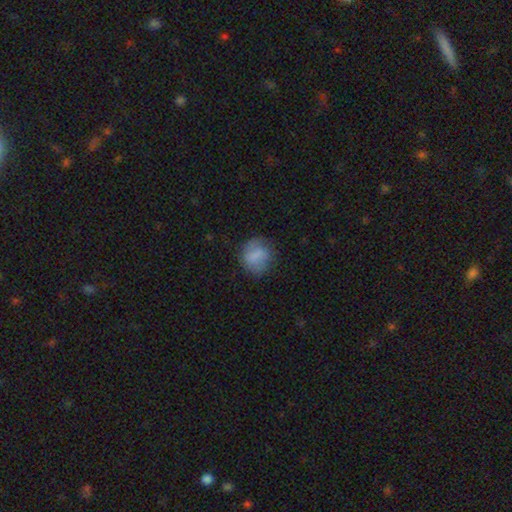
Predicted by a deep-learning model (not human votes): A smooth galaxy with no disk features (72%) that is round (73%).

Vote fractions:
- Smooth or featured? smooth: 72% / featured or disk: 19% / star or artifact: 8%
- How rounded? round: 73% / in between: 26% / cigar-shaped: 2%
- Merging? none: 67% / minor disturbance: 22% / major disturbance: 9% / merger: 2%